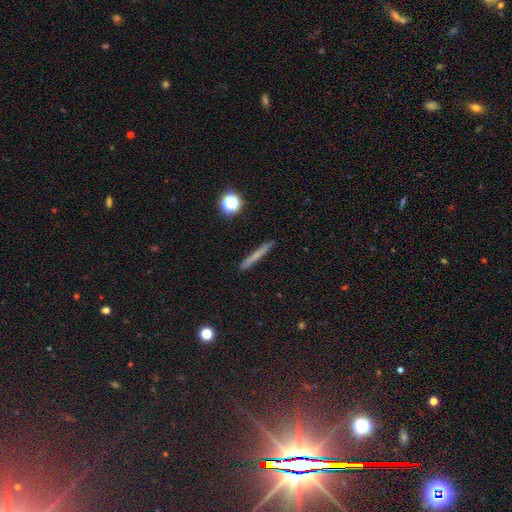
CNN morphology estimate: Q: Smooth or featured?
A: smooth (61%); runner-up: featured or disk (30%)
Q: How rounded?
A: cigar-shaped (95%); runner-up: in between (3%)
Q: Merging?
A: none (90%); runner-up: minor disturbance (7%)